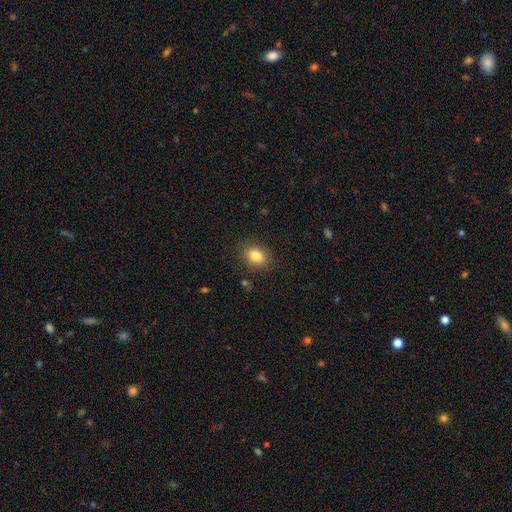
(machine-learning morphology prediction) Smooth or featured? smooth (84%)
How rounded? in between (64%)
Merging? none (86%)